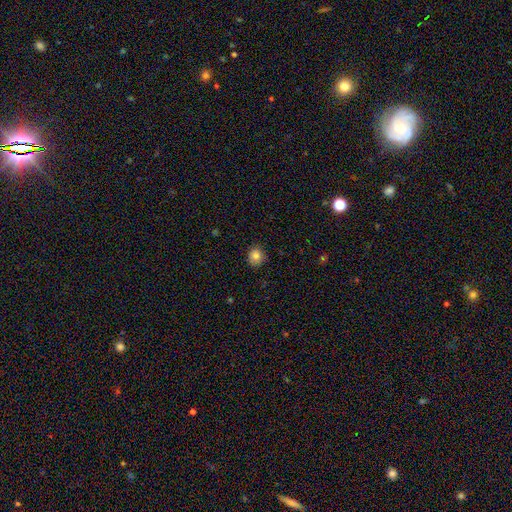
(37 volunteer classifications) Smooth or featured?
  - smooth: 89% *
  - star or artifact: 8%
  - featured or disk: 3%
How rounded?
  - round: 88% *
  - in between: 12%
  - cigar-shaped: 0%
Merging?
  - none: 94% *
  - minor disturbance: 6%
  - major disturbance: 0%
  - merger: 0%